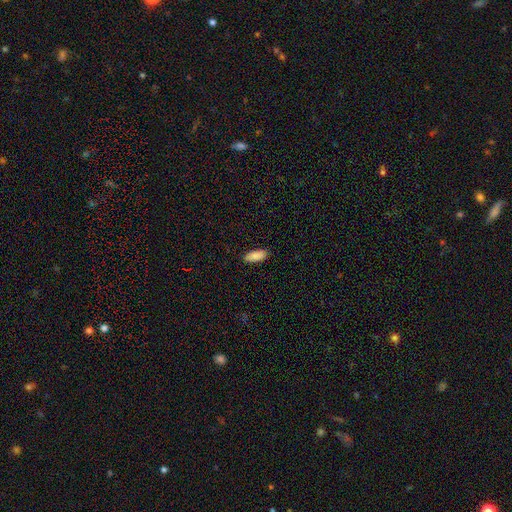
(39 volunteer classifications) smooth-or-featured: smooth: 92% | star or artifact: 5% | featured or disk: 3%
  how-rounded: in between: 94% | round: 3% | cigar-shaped: 3%
  merging: none: 95% | minor disturbance: 5% | major disturbance: 0% | merger: 0%